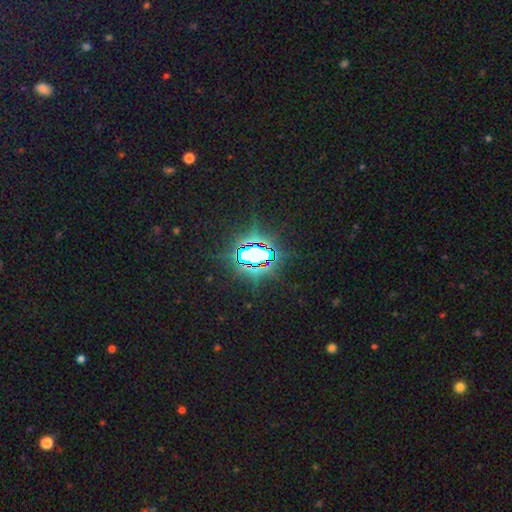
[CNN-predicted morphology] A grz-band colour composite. It shows a star or artifact, not a galaxy (83%).